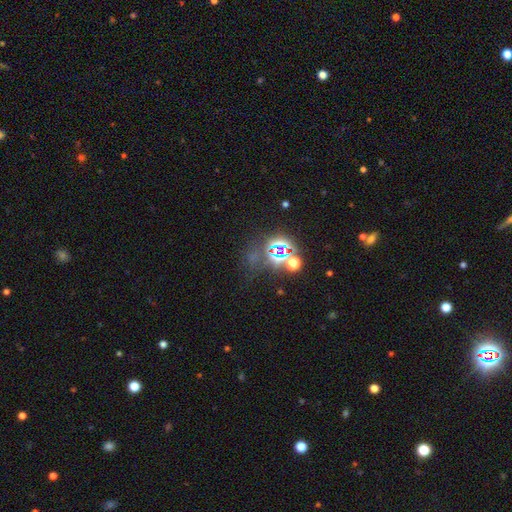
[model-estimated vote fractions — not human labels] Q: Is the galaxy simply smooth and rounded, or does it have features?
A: star or artifact — 69%.